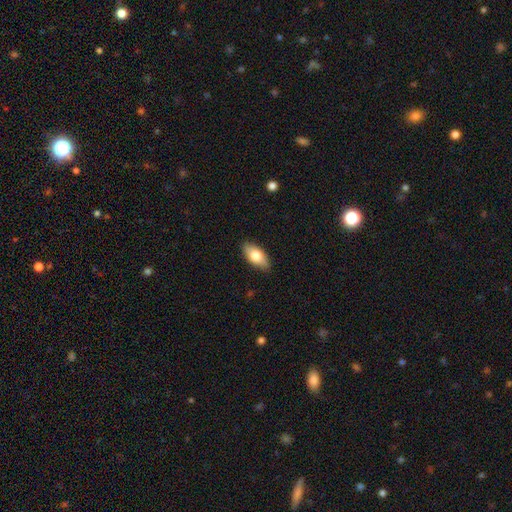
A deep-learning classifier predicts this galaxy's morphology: This appears to be a smooth galaxy with no disk features (77%) that is in between round and cigar-shaped (89%). Merging: none (87%).